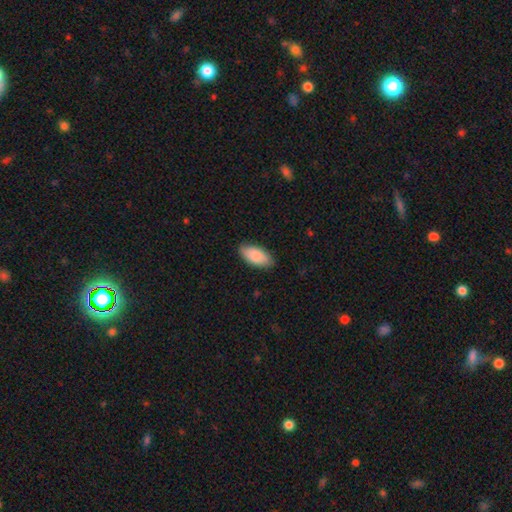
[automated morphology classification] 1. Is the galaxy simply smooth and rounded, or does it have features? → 87% smooth, 8% featured or disk, 6% star or artifact.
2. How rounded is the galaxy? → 93% in between, 5% cigar-shaped, 2% round.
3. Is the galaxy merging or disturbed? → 85% none, 12% minor disturbance, 2% major disturbance, 1% merger.